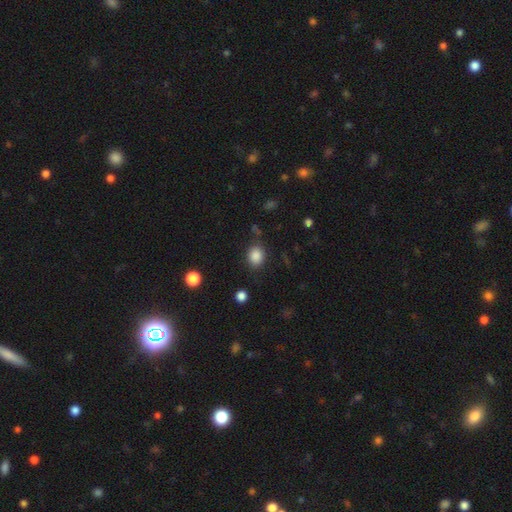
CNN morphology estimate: smooth 86%, star or artifact 10%, featured or disk 4%. Down the decision tree: how rounded — round (58%); merging — none (81%).